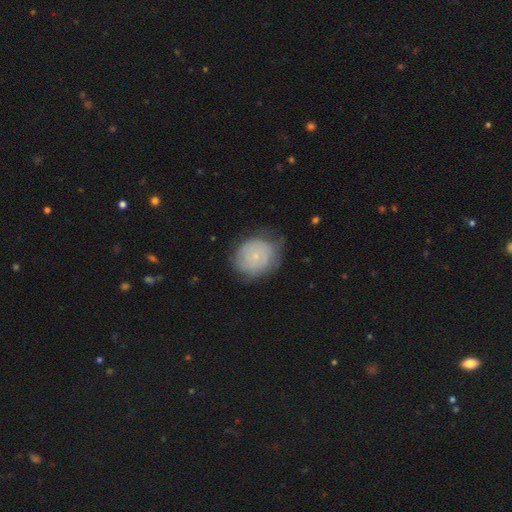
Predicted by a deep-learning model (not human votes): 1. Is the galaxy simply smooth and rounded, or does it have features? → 49% smooth, 43% featured or disk, 8% star or artifact.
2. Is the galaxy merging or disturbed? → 62% none, 27% minor disturbance, 10% major disturbance, 1% merger.